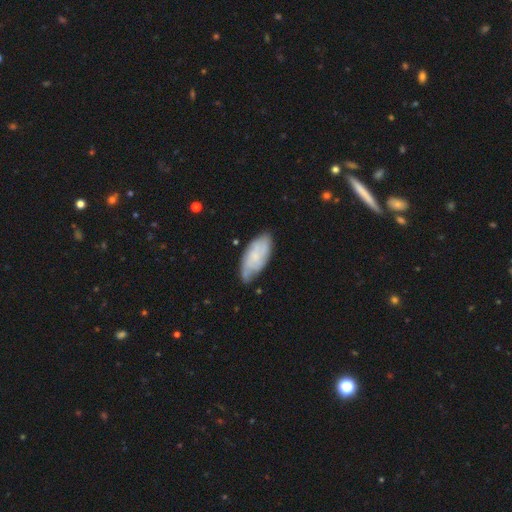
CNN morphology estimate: The model was most divided on "smooth or featured": smooth: 49%, featured or disk: 45%, star or artifact: 7%. More confident: merging — none (63%).